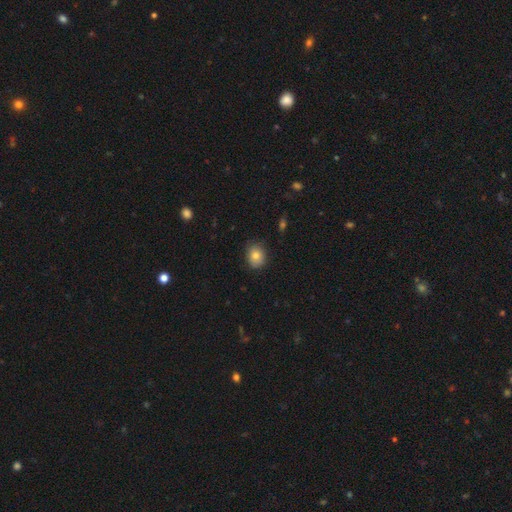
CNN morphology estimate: Smooth or featured? smooth (79%)
How rounded? round (55%)
Merging? none (80%)